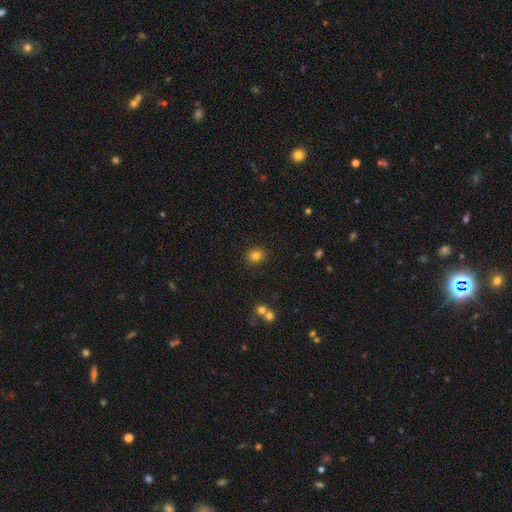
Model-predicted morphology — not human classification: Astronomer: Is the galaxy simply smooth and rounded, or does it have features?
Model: smooth — 81%.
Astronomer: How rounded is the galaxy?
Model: round — 81%.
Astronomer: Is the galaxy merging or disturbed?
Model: none — 89%.